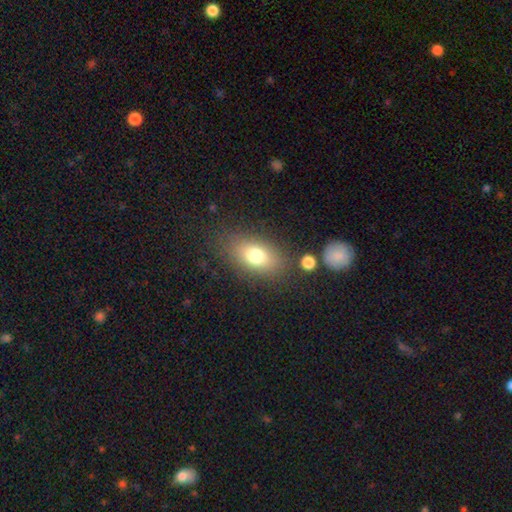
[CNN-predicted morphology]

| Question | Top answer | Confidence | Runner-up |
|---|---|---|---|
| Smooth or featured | smooth | 75% | featured or disk (14%) |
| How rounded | in between | 83% | round (13%) |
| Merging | none | 80% | minor disturbance (12%) |